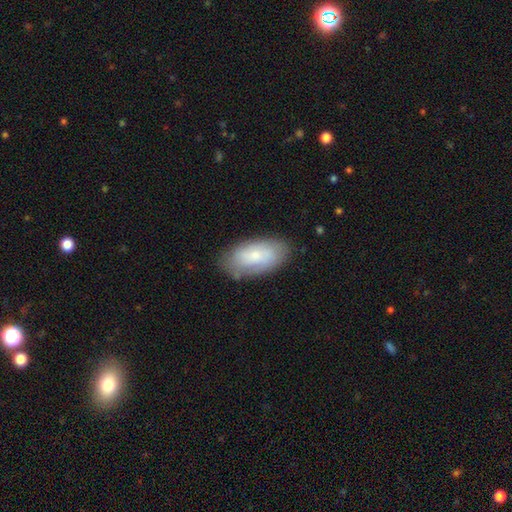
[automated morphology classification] This is likely a smooth galaxy (65%). How rounded: clearly in between (93%). Merging: likely none (78%).